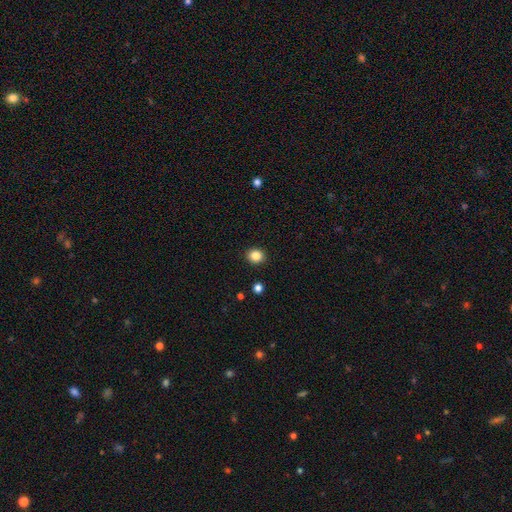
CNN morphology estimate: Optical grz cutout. It shows a smooth galaxy with no disk features (85%) that is round (79%). Merging: none (92%).